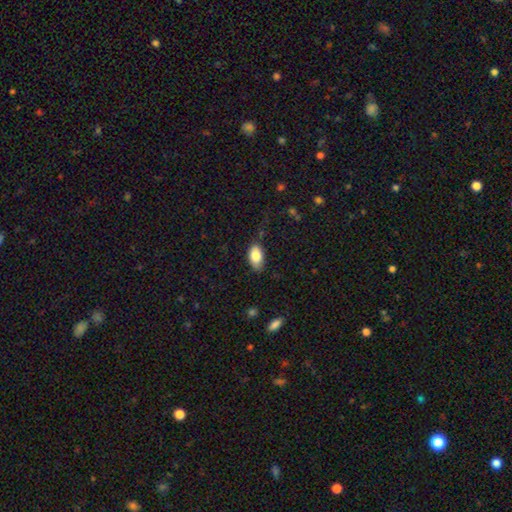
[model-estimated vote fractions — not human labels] This appears to be a smooth galaxy with no disk features (83%) that is in between round and cigar-shaped (93%). Merging: none (78%).